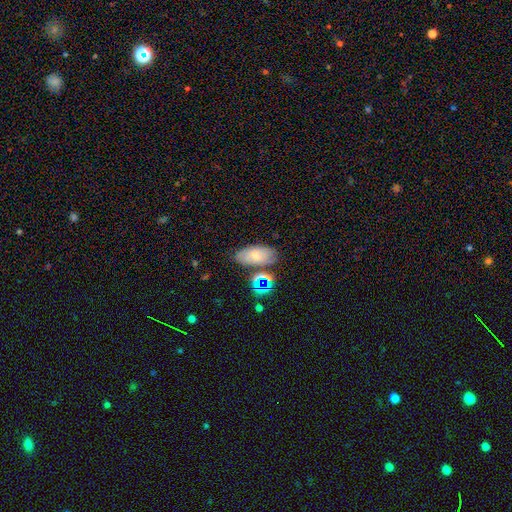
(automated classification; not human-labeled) Smooth or featured: smooth — 65% (featured or disk — 22%)
How rounded: in between — 89% (round — 6%)
Merging: none — 71% (minor disturbance — 15%)